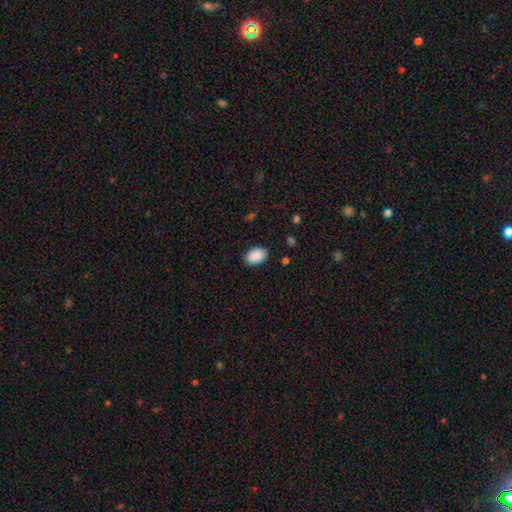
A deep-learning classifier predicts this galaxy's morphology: smooth-or-featured: smooth: 91% | star or artifact: 7% | featured or disk: 3%
  how-rounded: in between: 89% | round: 10% | cigar-shaped: 1%
  merging: none: 86% | minor disturbance: 10% | major disturbance: 2% | merger: 1%